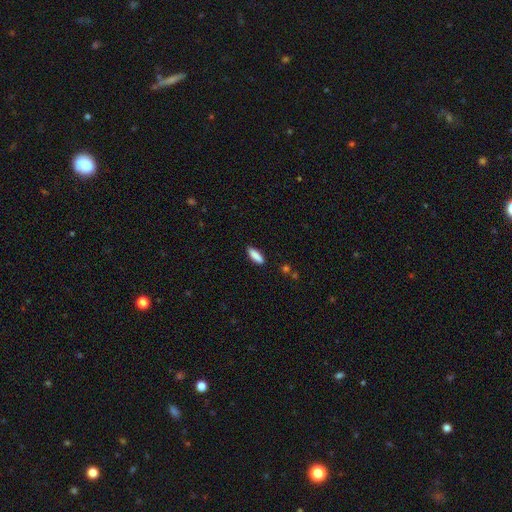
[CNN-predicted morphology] smooth 88%, star or artifact 7%, featured or disk 6%. Down the decision tree: how rounded — in between (54%); merging — none (87%).